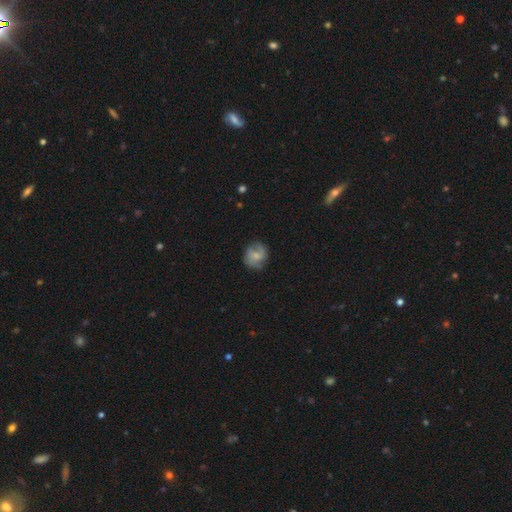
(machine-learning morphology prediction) smooth_or_featured: smooth (p=0.47) [alt: featured or disk p=0.45]
merging: none (p=0.72) [alt: minor disturbance p=0.20]